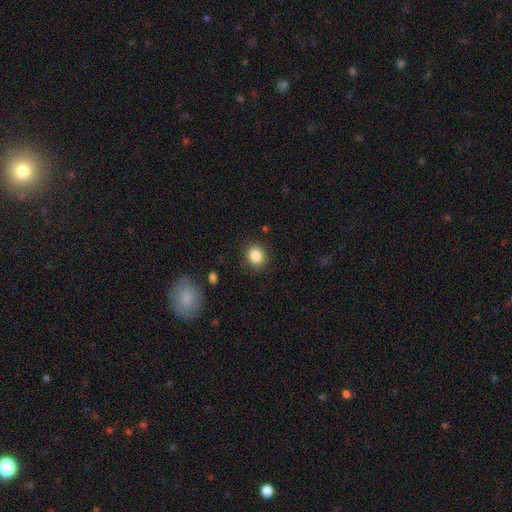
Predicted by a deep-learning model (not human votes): This is clearly a smooth galaxy (86%). How rounded: likely round (71%). Merging: clearly none (88%).